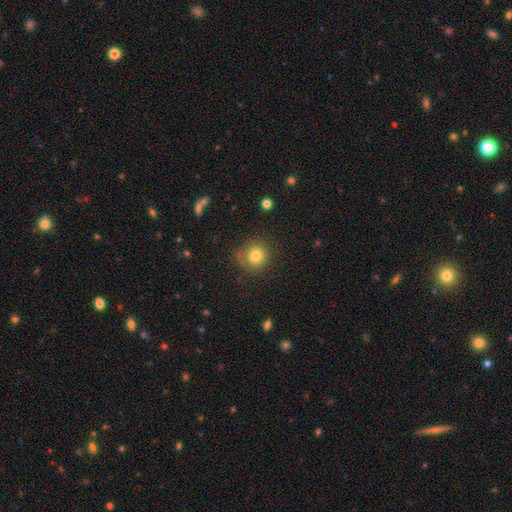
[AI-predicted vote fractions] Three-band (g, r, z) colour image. It shows a smooth galaxy with no disk features (79%) that is round (91%). Merging: none (76%).